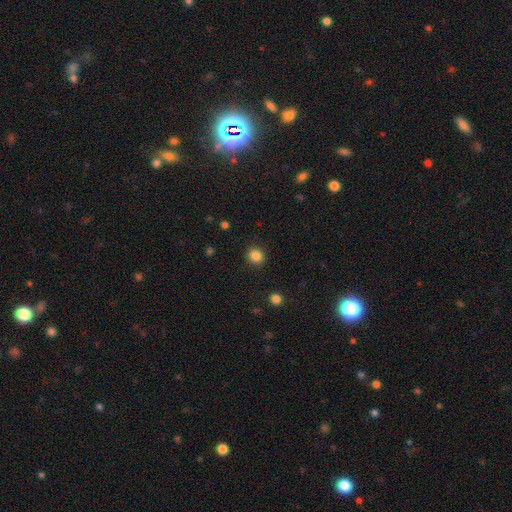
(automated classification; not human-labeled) The model was most divided on "smooth or featured": smooth: 85%, star or artifact: 11%, featured or disk: 4%. More confident: merging — none (91%); how rounded — round (88%).